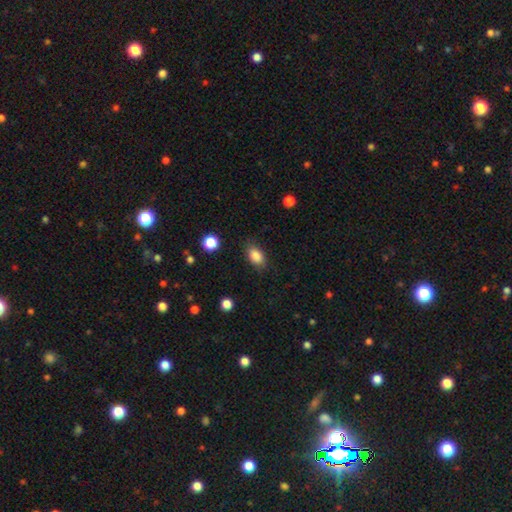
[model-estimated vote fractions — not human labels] Overall: smooth (86%). How rounded: in between (86%). Merging: none (81%).